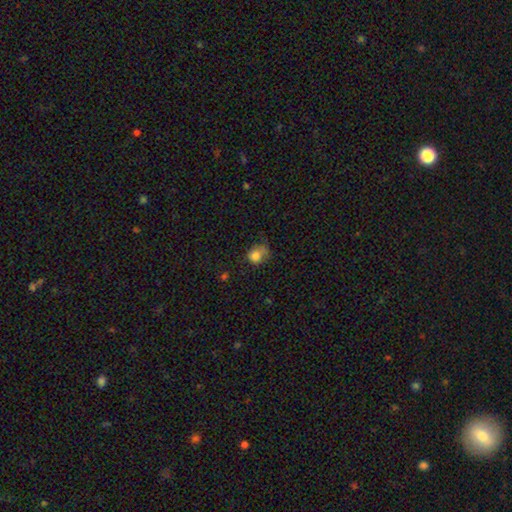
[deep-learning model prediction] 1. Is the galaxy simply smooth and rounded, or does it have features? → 80% smooth, 10% star or artifact, 10% featured or disk.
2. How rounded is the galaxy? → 59% round, 40% in between, 1% cigar-shaped.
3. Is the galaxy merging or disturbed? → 37% minor disturbance, 36% none, 23% major disturbance, 4% merger.